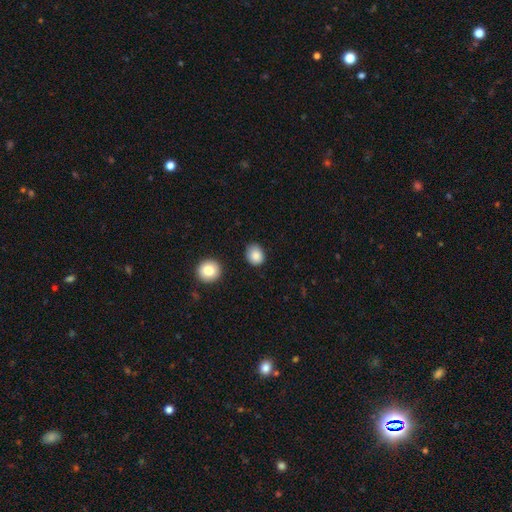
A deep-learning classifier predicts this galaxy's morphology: Smooth or featured? smooth (86%)
How rounded? round (64%)
Merging? none (81%)